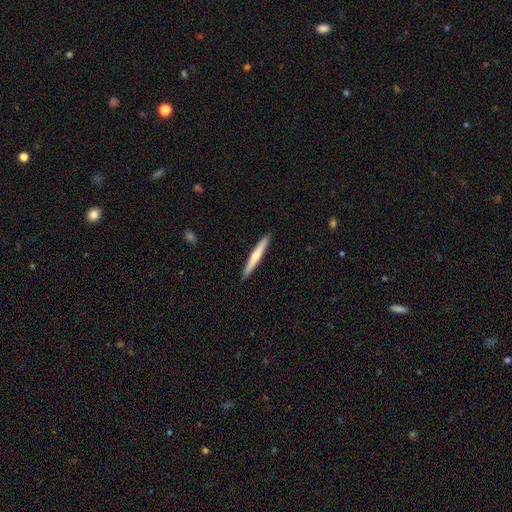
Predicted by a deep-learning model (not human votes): featured or disk 56%, smooth 38%, star or artifact 5%. Down the decision tree: edge-on disk — yes (97%); edge-on bulge — rounded (82%); merging — none (92%).